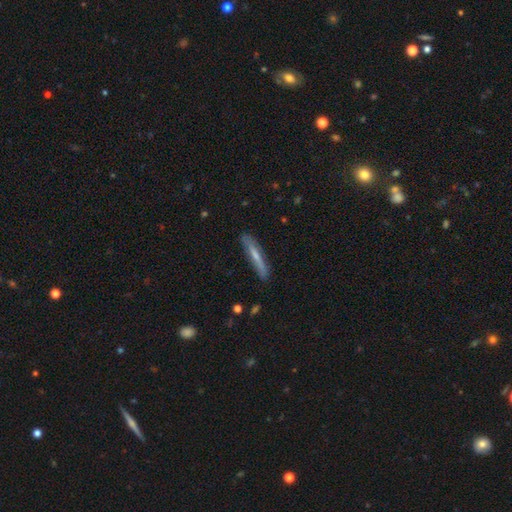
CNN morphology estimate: The model was most divided on "smooth or featured": smooth: 47%, featured or disk: 46%, star or artifact: 7%. More confident: merging — none (84%).